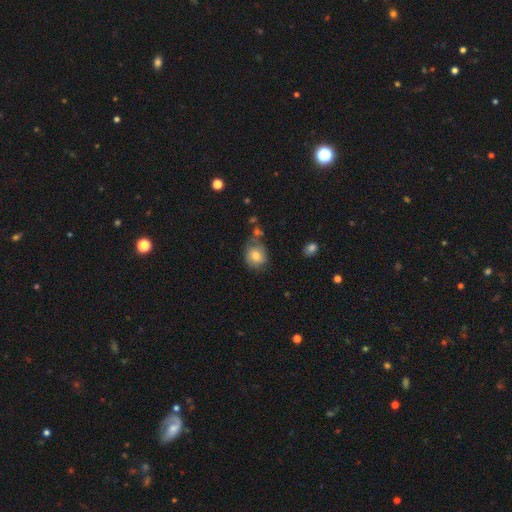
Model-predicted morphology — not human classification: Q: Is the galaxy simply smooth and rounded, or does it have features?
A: smooth — 76%.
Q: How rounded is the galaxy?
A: round — 71%.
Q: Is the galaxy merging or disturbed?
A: none — 60%.